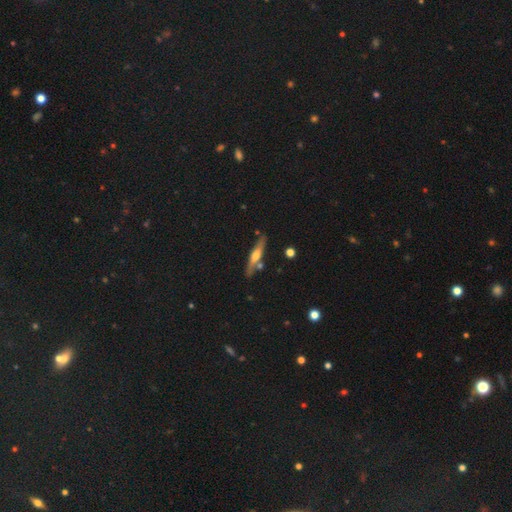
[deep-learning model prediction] The model was most divided on "smooth or featured": featured or disk: 57%, smooth: 37%, star or artifact: 6%. More confident: edge-on disk — yes (90%); edge-on bulge — rounded (86%); merging — none (76%).